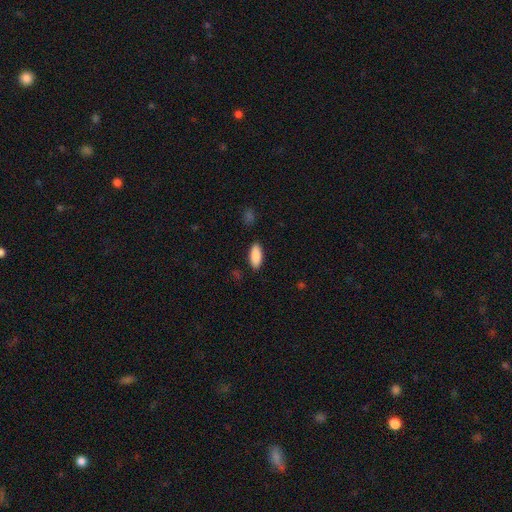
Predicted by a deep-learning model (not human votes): This is clearly a smooth galaxy (89%). How rounded: likely in between (80%). Merging: clearly none (87%).